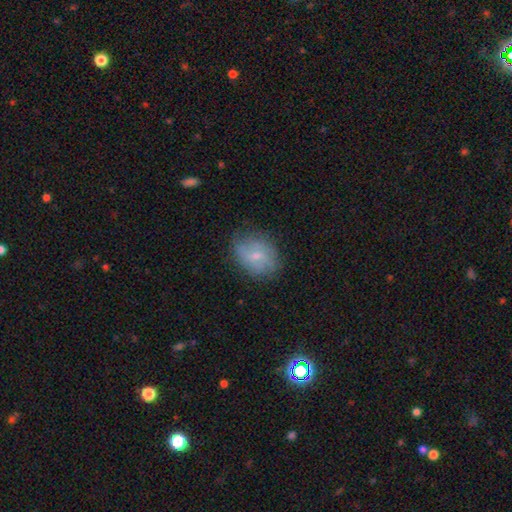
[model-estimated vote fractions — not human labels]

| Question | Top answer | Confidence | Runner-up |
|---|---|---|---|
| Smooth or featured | smooth | 56% | featured or disk (36%) |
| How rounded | in between | 62% | round (37%) |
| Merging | none | 71% | minor disturbance (21%) |